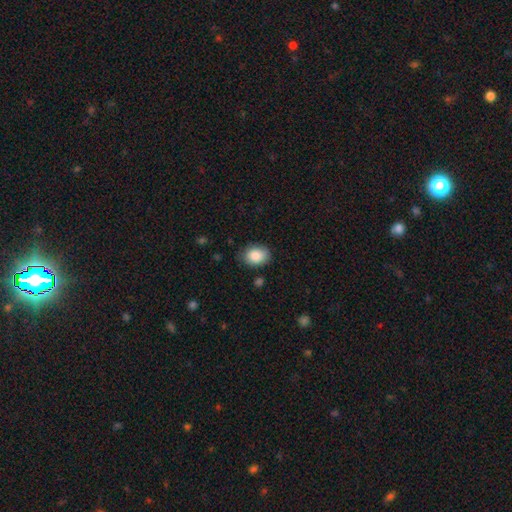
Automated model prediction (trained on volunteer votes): smooth 88%, star or artifact 7%, featured or disk 5%. Down the decision tree: how rounded — in between (67%); merging — none (78%).